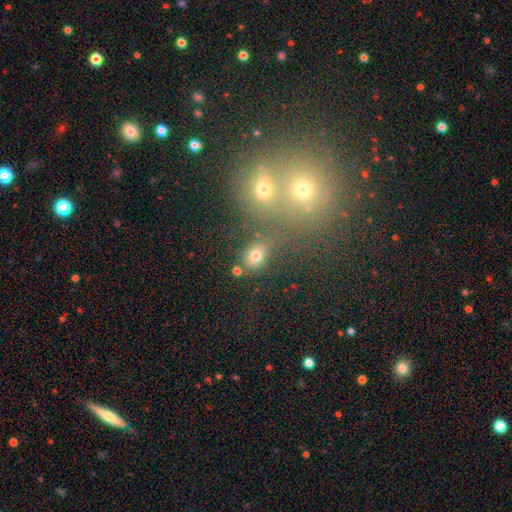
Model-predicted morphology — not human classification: smooth 71%, star or artifact 19%, featured or disk 10%. Down the decision tree: how rounded — in between (65%); merging — none (66%).